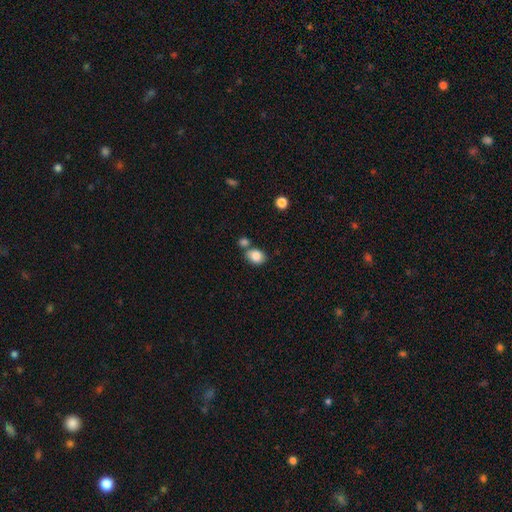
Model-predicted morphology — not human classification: Smooth or featured: smooth — 85% (star or artifact — 9%)
How rounded: in between — 58% (round — 41%)
Merging: none — 59% (merger — 24%)